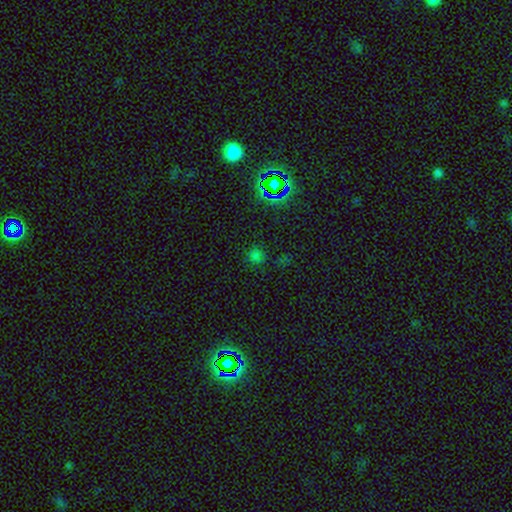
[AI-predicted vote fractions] Smooth or featured? smooth (59%)
How rounded? round (87%)
Merging? none (80%)